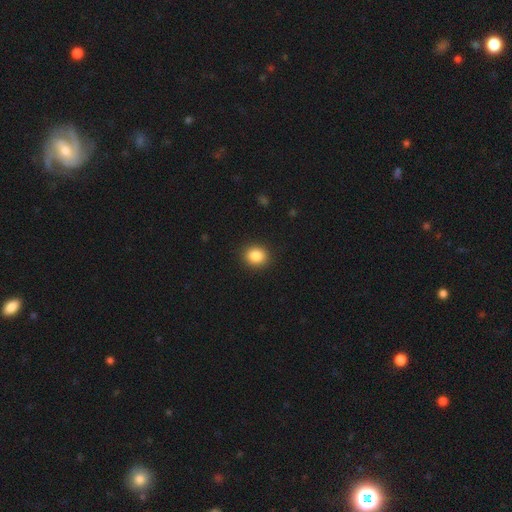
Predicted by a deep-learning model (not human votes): smooth_or_featured: smooth (p=0.86) [alt: star or artifact p=0.10]
how_rounded: round (p=0.76) [alt: in between p=0.23]
merging: none (p=0.91) [alt: minor disturbance p=0.06]